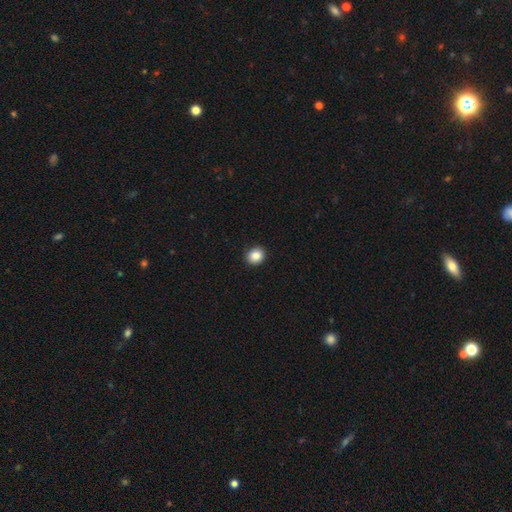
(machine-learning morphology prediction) Q: Smooth or featured?
A: smooth (86%); runner-up: star or artifact (9%)
Q: How rounded?
A: round (74%); runner-up: in between (25%)
Q: Merging?
A: none (92%); runner-up: minor disturbance (6%)